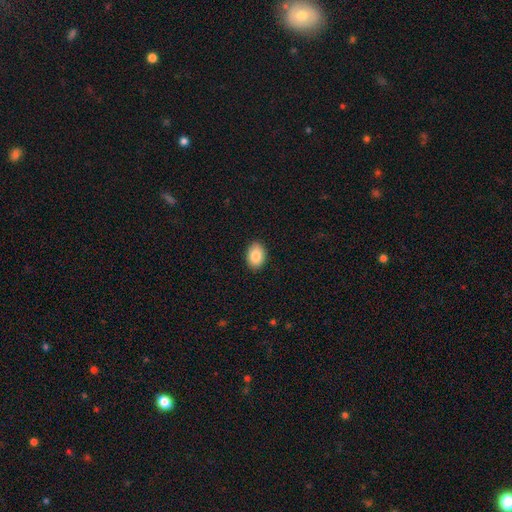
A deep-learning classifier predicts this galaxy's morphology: This is clearly a smooth galaxy (88%). How rounded: clearly in between (83%). Merging: clearly none (90%).